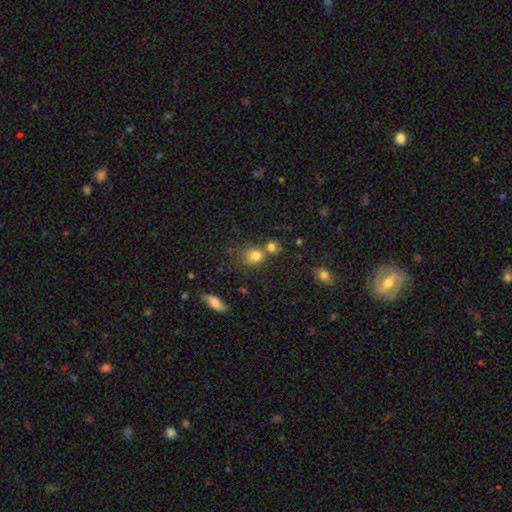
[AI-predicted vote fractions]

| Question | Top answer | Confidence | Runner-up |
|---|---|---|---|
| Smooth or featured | smooth | 78% | star or artifact (13%) |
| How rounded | round | 70% | in between (29%) |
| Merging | none | 54% | merger (32%) |